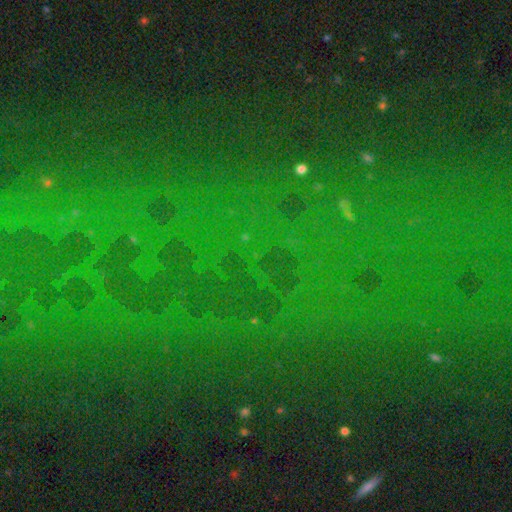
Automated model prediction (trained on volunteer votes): A star or artifact, not a galaxy (79%).

Vote fractions:
- Smooth or featured? star or artifact: 79% / smooth: 12% / featured or disk: 9%